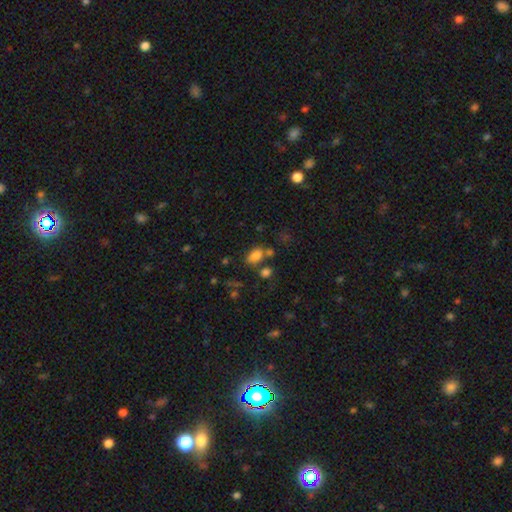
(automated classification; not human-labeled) This is clearly a smooth galaxy (80%). How rounded: clearly in between (86%). Merging: likely none (62%).